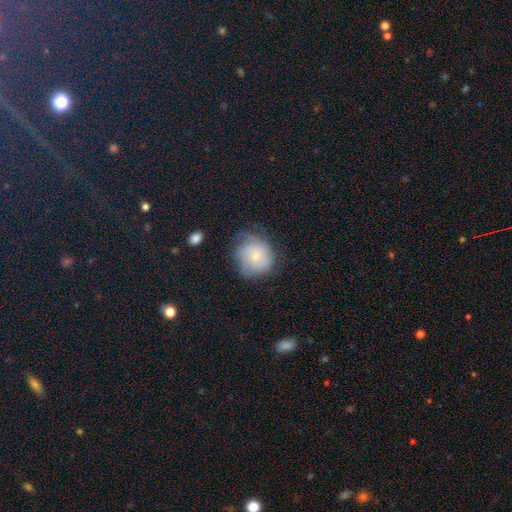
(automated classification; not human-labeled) A smooth galaxy with no disk features (57%) that is round (79%).

Vote fractions:
- Smooth or featured? smooth: 57% / featured or disk: 34% / star or artifact: 8%
- How rounded? round: 79% / in between: 20% / cigar-shaped: 1%
- Merging? none: 53% / minor disturbance: 31% / major disturbance: 15% / merger: 2%